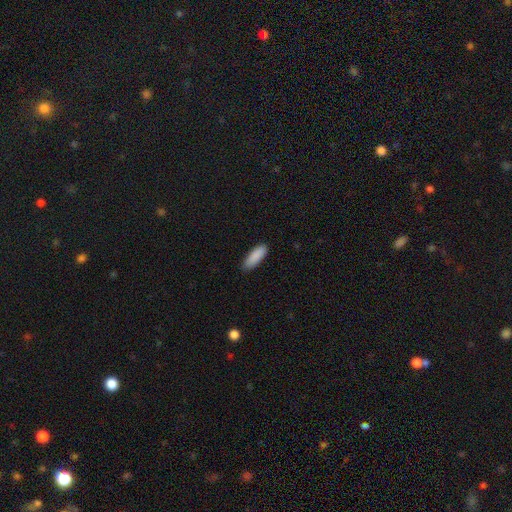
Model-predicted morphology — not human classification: This appears to be a smooth galaxy with no disk features (90%) that is in between round and cigar-shaped (62%). Merging: none (84%).